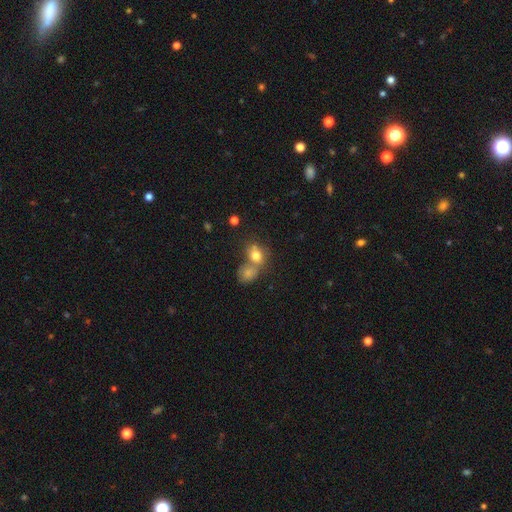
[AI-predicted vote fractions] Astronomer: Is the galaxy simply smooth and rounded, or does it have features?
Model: smooth — 76%.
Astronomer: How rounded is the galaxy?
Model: round — 58% (runner-up: in between, 40%).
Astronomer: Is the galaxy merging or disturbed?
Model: merger — 53% (runner-up: none, 33%).